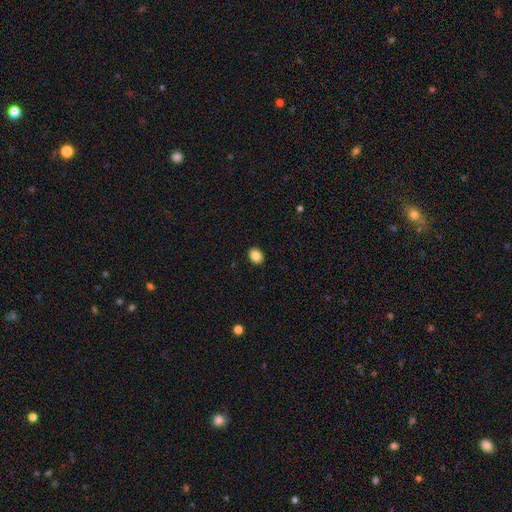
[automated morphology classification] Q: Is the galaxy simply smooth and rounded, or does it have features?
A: smooth — 86%.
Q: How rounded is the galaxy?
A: in between — 51%.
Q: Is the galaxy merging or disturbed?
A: none — 92%.